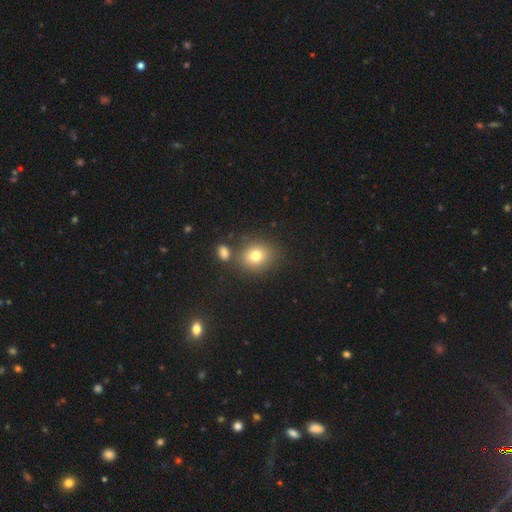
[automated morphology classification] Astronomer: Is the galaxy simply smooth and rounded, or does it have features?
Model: smooth — 76%.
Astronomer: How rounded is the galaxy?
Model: round — 65%.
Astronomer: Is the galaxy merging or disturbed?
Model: none — 72%.